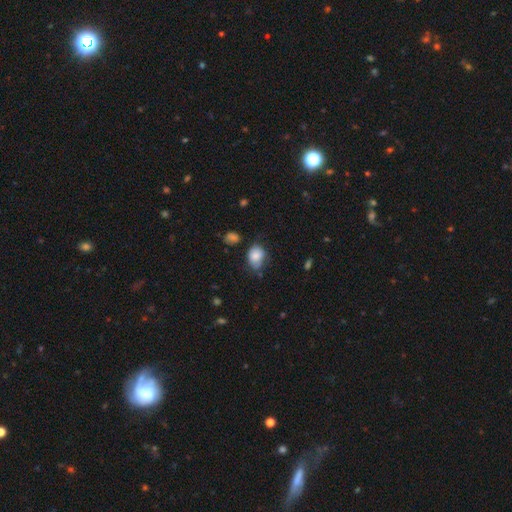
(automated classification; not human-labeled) Smooth or featured?
  - smooth: 81% *
  - featured or disk: 10%
  - star or artifact: 9%
How rounded?
  - in between: 57% *
  - round: 42%
  - cigar-shaped: 1%
Merging?
  - none: 51% *
  - minor disturbance: 33%
  - major disturbance: 11%
  - merger: 5%